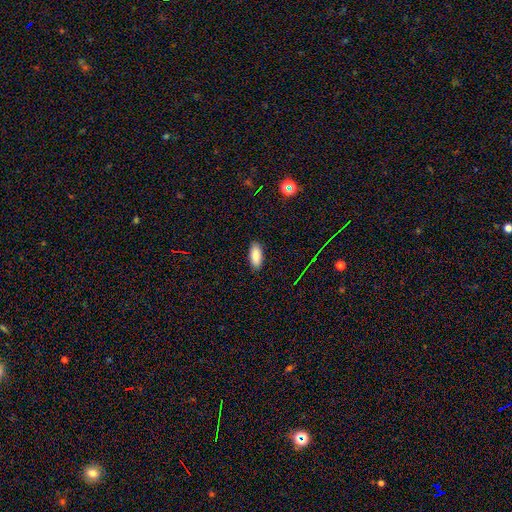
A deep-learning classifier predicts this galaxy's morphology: Smooth or featured: smooth — 85% (star or artifact — 8%)
How rounded: in between — 87% (cigar-shaped — 11%)
Merging: none — 88% (minor disturbance — 9%)